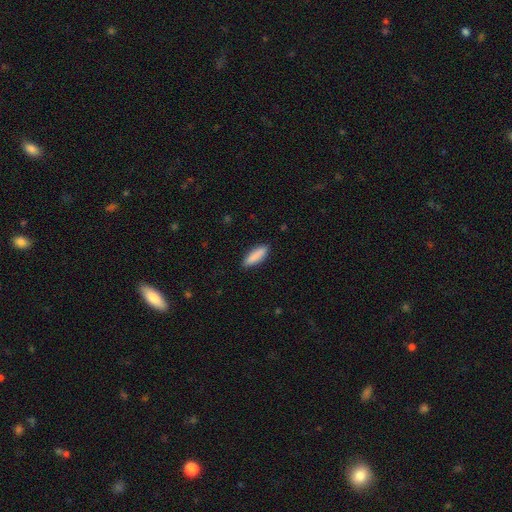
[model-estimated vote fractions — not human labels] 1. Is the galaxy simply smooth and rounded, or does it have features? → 87% smooth, 7% featured or disk, 6% star or artifact.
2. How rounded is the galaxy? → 58% cigar-shaped, 40% in between, 2% round.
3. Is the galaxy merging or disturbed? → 87% none, 10% minor disturbance, 2% major disturbance, 1% merger.